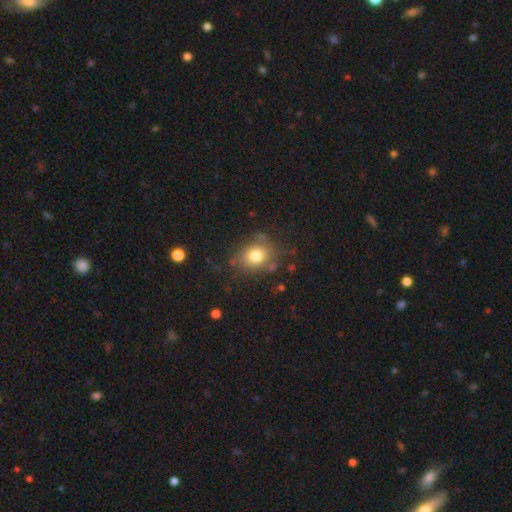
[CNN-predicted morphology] This appears to be a smooth galaxy with no disk features (76%) that is round (54%). Merging: none (73%).